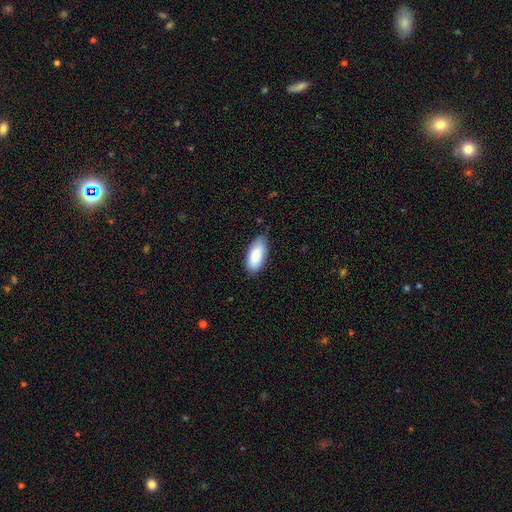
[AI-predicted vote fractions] A smooth galaxy with no disk features (88%) that is in between round and cigar-shaped (88%). Merging: none (80%).